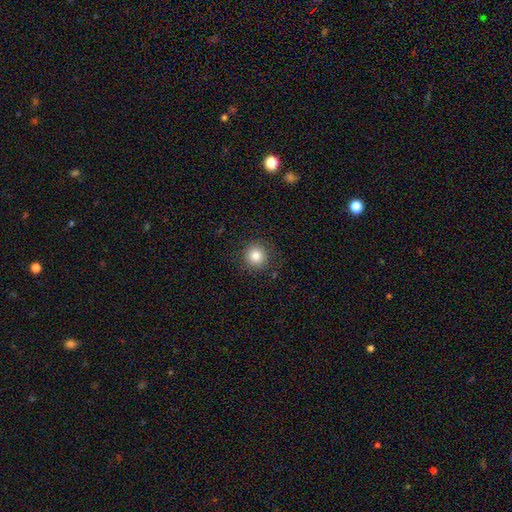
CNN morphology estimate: Smooth or featured? Predicted: smooth (p=0.82). How rounded? Predicted: round (p=0.94). Merging? Predicted: none (p=0.88).